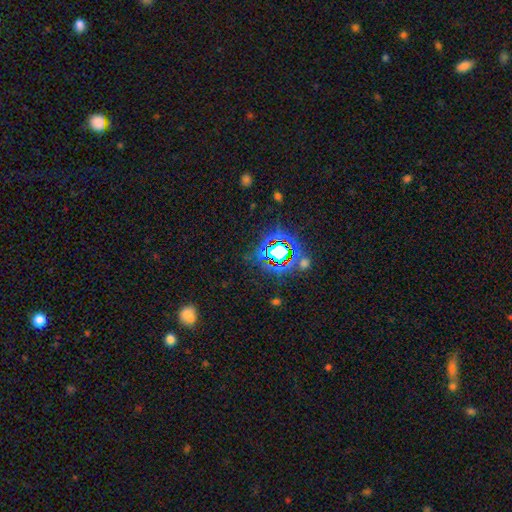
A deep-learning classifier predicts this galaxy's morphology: This is likely a star or artifact rather than a galaxy (79%).